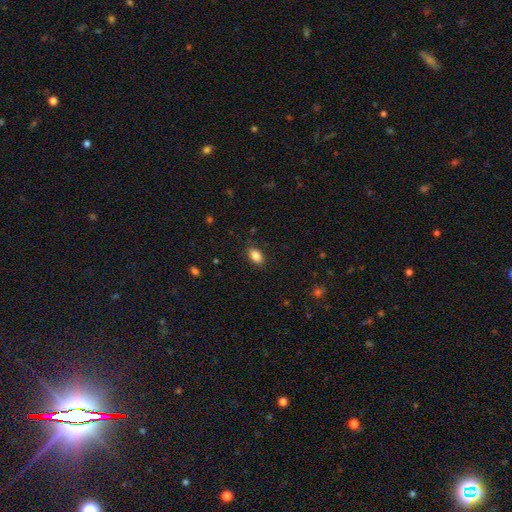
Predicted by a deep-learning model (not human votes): This is clearly a smooth galaxy (87%). How rounded: clearly in between (90%). Merging: clearly none (86%).